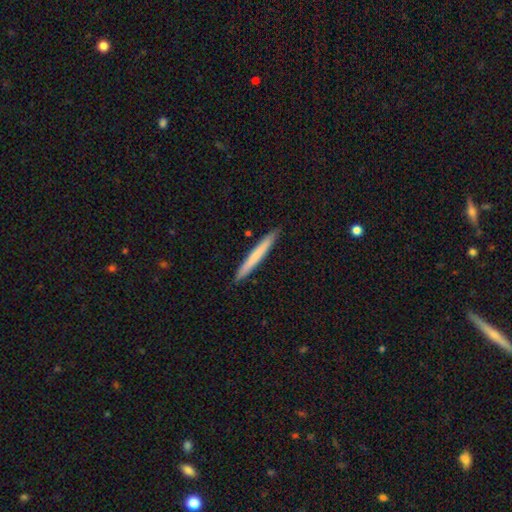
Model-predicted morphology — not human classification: A smooth galaxy with no disk features (65%) that is cigar-shaped (97%).

Vote fractions:
- Smooth or featured? smooth: 65% / featured or disk: 29% / star or artifact: 5%
- How rounded? cigar-shaped: 97% / in between: 2% / round: 1%
- Merging? none: 92% / minor disturbance: 6% / major disturbance: 1% / merger: 1%